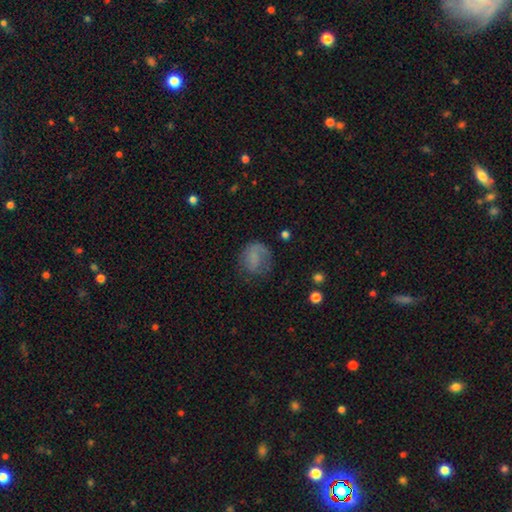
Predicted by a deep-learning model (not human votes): smooth 65%, featured or disk 25%, star or artifact 11%. Down the decision tree: how rounded — round (66%); merging — none (49%).